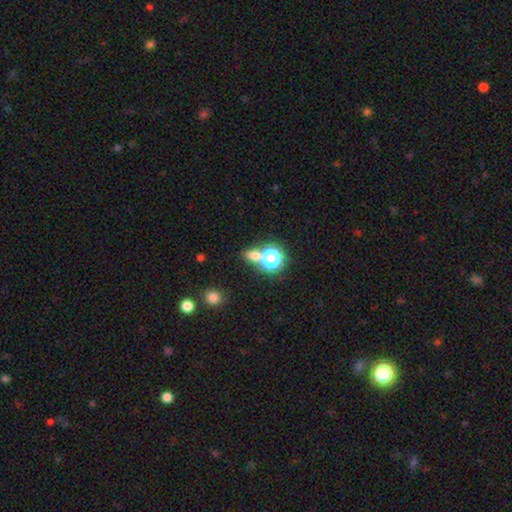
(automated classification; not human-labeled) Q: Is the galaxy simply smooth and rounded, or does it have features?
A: smooth — 62%.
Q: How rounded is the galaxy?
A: round — 55%.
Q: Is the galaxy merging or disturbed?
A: none — 60%.